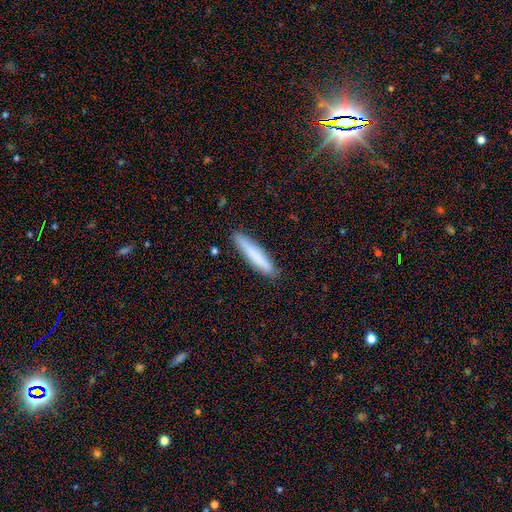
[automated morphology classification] smooth-or-featured: smooth: 79% | featured or disk: 15% | star or artifact: 6%
  how-rounded: cigar-shaped: 91% | in between: 8% | round: 1%
  merging: none: 88% | minor disturbance: 9% | major disturbance: 2% | merger: 1%